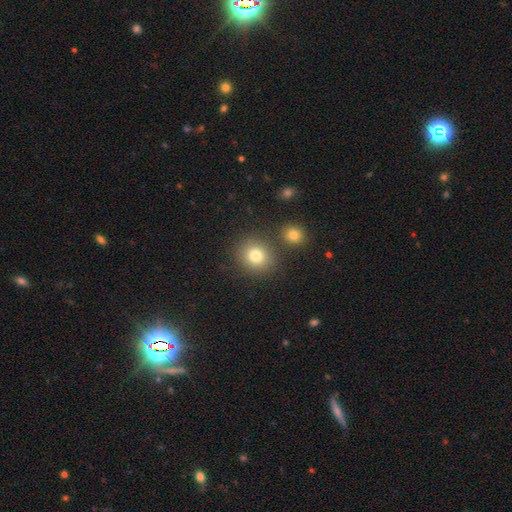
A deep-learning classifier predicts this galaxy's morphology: smooth_or_featured: smooth (p=0.79) [alt: star or artifact p=0.13]
how_rounded: round (p=0.82) [alt: in between p=0.17]
merging: none (p=0.78) [alt: merger p=0.11]